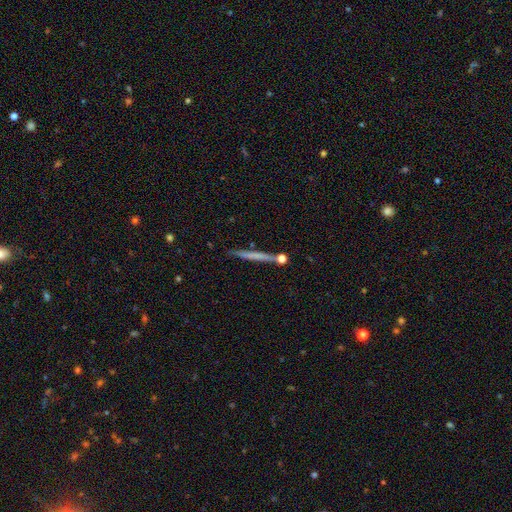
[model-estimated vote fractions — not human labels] Smooth or featured? smooth (51%)
How rounded? cigar-shaped (96%)
Merging? none (83%)